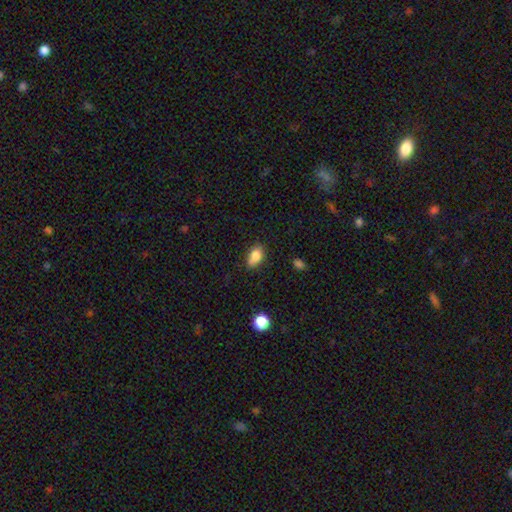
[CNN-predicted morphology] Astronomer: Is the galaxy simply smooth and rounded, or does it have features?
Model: smooth — 82%.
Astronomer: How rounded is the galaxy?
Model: in between — 85%.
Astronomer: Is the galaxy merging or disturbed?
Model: none — 70%.